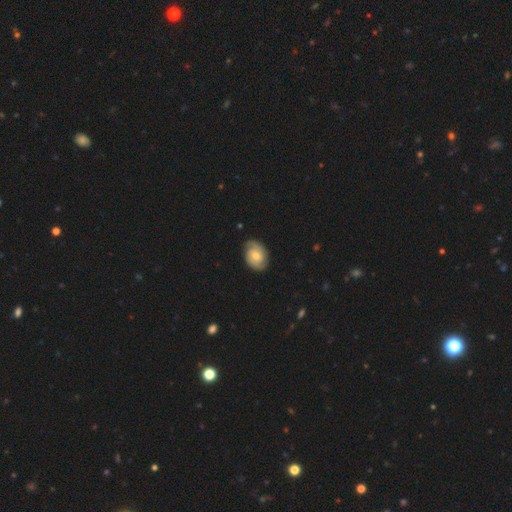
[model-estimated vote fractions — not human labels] featured or disk 67%, smooth 27%, star or artifact 6%. Down the decision tree: edge-on disk — no (97%); bar — no (56%); spiral arms — yes (92%); spiral arm count — 2 (79%); spiral winding — tight (49%); bulge size — moderate (53%); merging — none (80%).